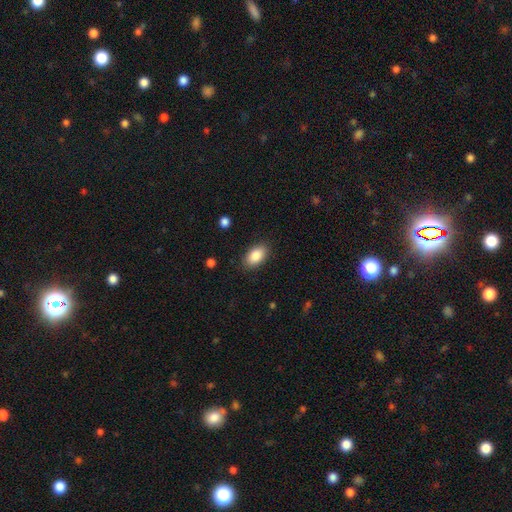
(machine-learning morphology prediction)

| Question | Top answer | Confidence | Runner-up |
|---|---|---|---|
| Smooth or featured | smooth | 86% | star or artifact (7%) |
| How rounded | in between | 92% | round (6%) |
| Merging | none | 87% | minor disturbance (10%) |